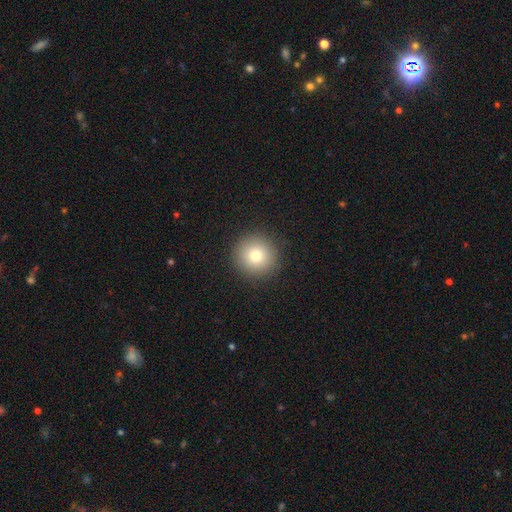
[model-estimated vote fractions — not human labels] Morphology: type=smooth (78%); roundness=round (95%); merging=none (92%).